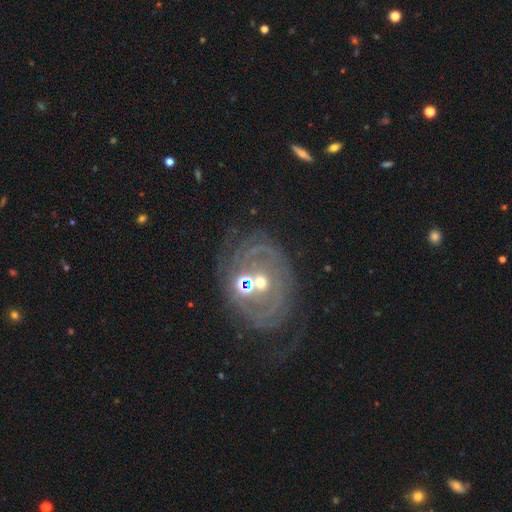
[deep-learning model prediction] Q: Smooth or featured?
A: featured or disk (74%); runner-up: smooth (13%)
Q: Edge-on disk?
A: no (96%); runner-up: yes (4%)
Q: Bar?
A: no (46%); runner-up: weak (37%)
Q: Spiral arms?
A: yes (65%); runner-up: no (35%)
Q: Bulge size?
A: moderate (50%); runner-up: small (38%)
Q: Merging?
A: none (55%); runner-up: minor disturbance (18%)